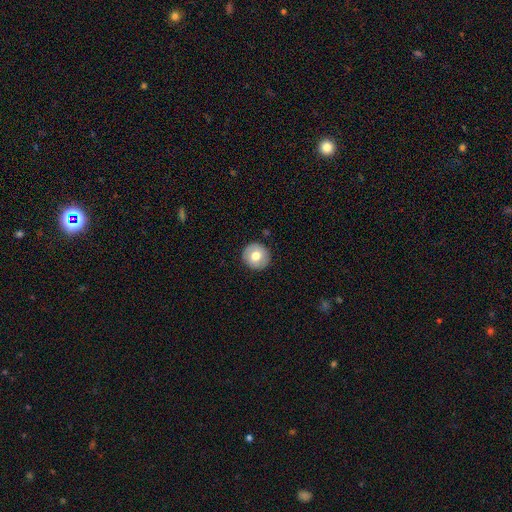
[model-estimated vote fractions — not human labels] smooth-or-featured: smooth: 73% | featured or disk: 19% | star or artifact: 8%
  how-rounded: round: 94% | in between: 5% | cigar-shaped: 1%
  merging: none: 91% | minor disturbance: 7% | major disturbance: 2% | merger: 1%